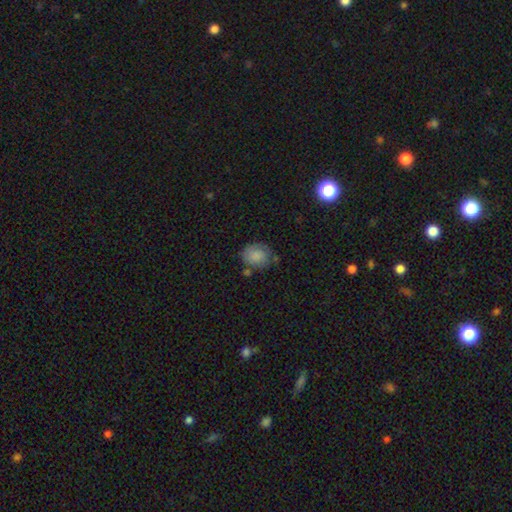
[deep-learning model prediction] This is likely a smooth galaxy (77%). How rounded: likely round (63%). Merging: likely none (60%).